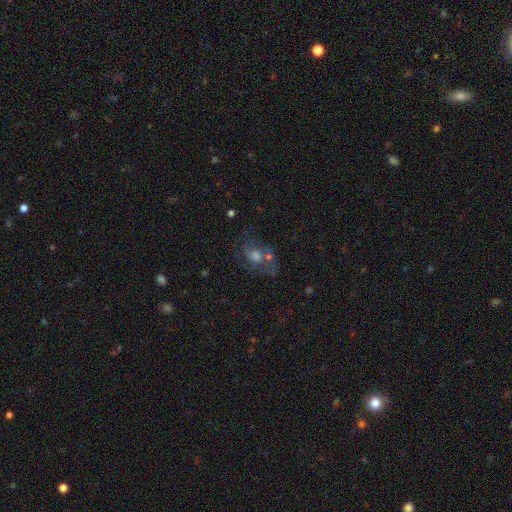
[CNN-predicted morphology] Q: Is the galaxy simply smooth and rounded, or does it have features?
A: featured or disk — 57%.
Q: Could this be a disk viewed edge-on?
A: no — 96%.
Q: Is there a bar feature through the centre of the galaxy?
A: no — 70%.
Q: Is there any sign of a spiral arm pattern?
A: yes — 76%.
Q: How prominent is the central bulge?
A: moderate — 51%.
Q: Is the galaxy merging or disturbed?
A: none — 46%.